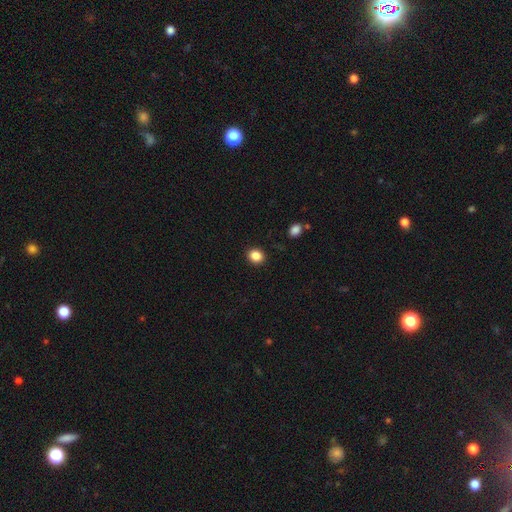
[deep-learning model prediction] Smooth or featured?
  - smooth: 87% *
  - star or artifact: 10%
  - featured or disk: 3%
How rounded?
  - round: 68% *
  - in between: 31%
  - cigar-shaped: 1%
Merging?
  - none: 90% *
  - minor disturbance: 6%
  - major disturbance: 2%
  - merger: 1%